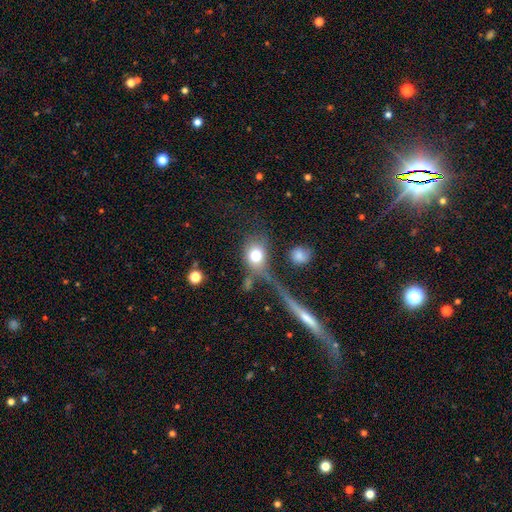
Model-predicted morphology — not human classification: Q: Smooth or featured?
A: smooth (71%); runner-up: featured or disk (17%)
Q: How rounded?
A: round (52%); runner-up: in between (44%)
Q: Merging?
A: none (39%); runner-up: major disturbance (24%)